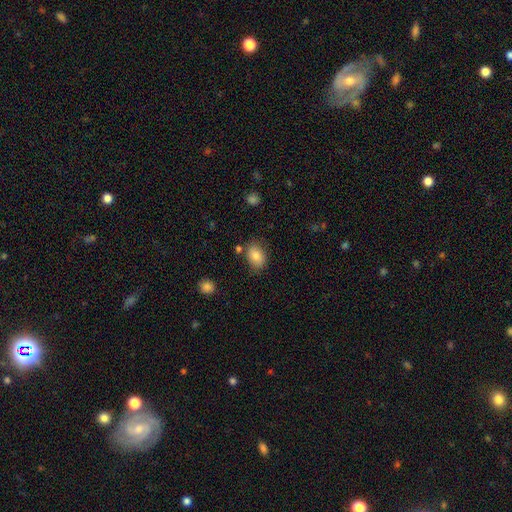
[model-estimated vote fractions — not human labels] Smooth or featured? smooth (83%)
How rounded? in between (78%)
Merging? none (76%)